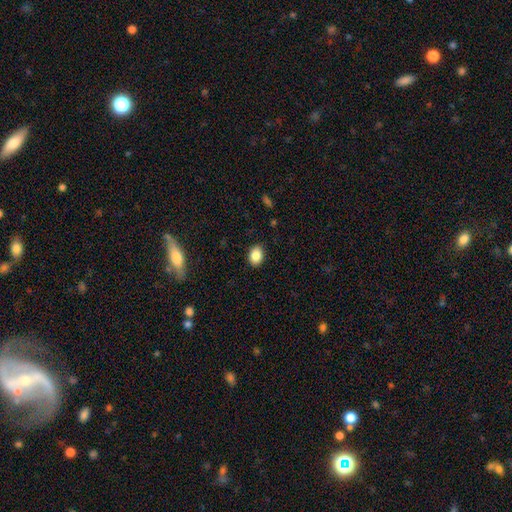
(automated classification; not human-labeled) Q: Smooth or featured?
A: smooth (86%); runner-up: star or artifact (8%)
Q: How rounded?
A: in between (72%); runner-up: round (27%)
Q: Merging?
A: none (89%); runner-up: minor disturbance (8%)